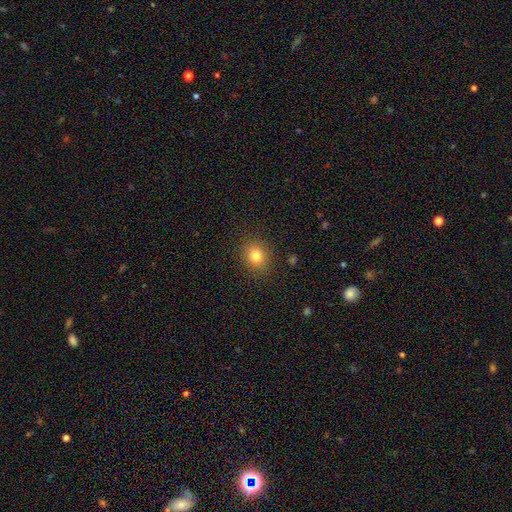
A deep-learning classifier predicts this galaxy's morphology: This appears to be a smooth galaxy with no disk features (81%) that is round (69%). Merging: none (87%).